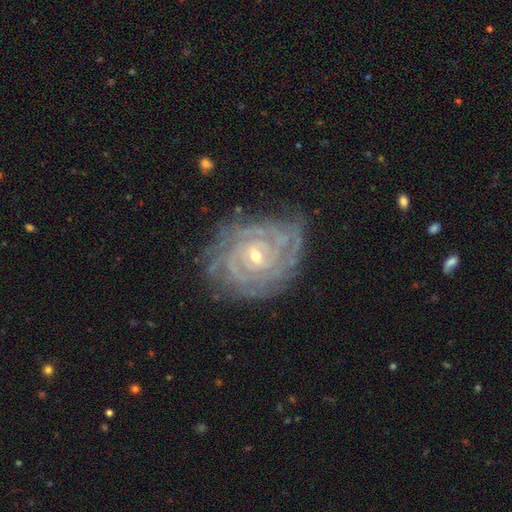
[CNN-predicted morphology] type=featured or disk (89%); edge-on=no (97%); bar=no (54%); spiral arms=yes (97%); winding=tight (82%); arm count=can't tell (33%); bulge=small (58%); merging=none (75%).